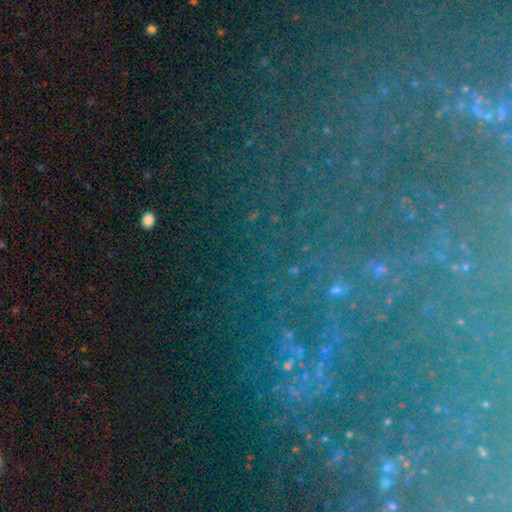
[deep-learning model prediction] A star or artifact, not a galaxy (70%).

Vote fractions:
- Smooth or featured? star or artifact: 70% / featured or disk: 18% / smooth: 13%